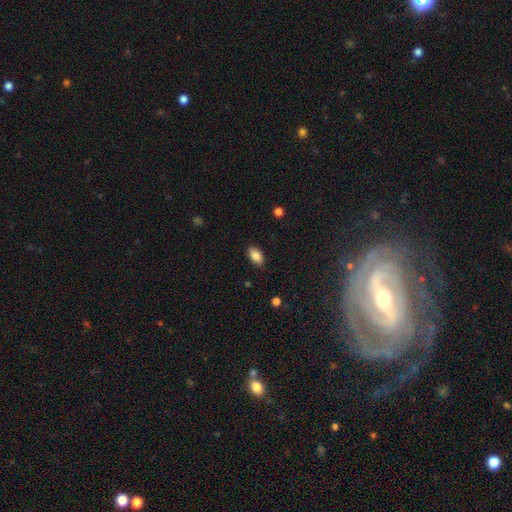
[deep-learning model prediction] Smooth or featured? Predicted: smooth (p=0.87). How rounded? Predicted: in between (p=0.92). Merging? Predicted: none (p=0.86).